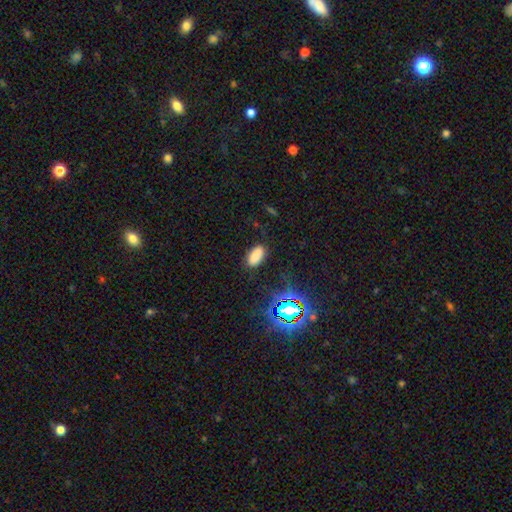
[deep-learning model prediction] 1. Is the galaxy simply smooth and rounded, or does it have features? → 78% smooth, 16% star or artifact, 6% featured or disk.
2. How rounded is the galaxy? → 90% in between, 6% cigar-shaped, 3% round.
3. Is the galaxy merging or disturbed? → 84% none, 12% minor disturbance, 3% major disturbance, 1% merger.